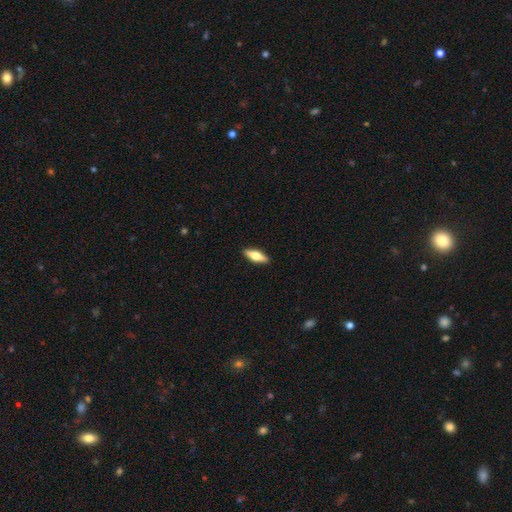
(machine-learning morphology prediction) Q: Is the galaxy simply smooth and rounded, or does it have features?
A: smooth — 57%.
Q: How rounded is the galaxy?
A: in between — 51%.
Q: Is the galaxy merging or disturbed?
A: none — 90%.